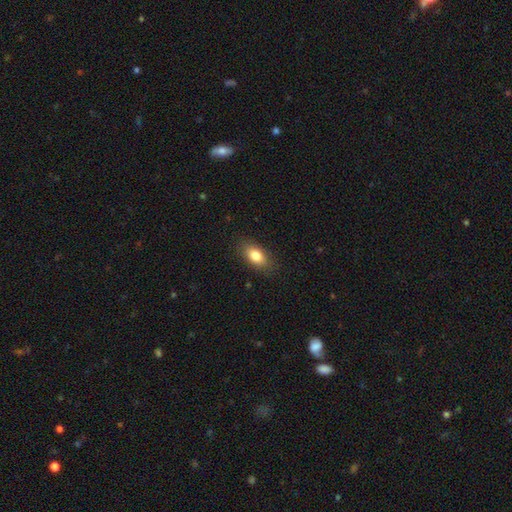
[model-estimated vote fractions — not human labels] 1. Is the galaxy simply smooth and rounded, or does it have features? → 83% smooth, 10% featured or disk, 8% star or artifact.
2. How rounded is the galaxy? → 88% in between, 6% round, 5% cigar-shaped.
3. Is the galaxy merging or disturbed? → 85% none, 11% minor disturbance, 3% major disturbance, 1% merger.